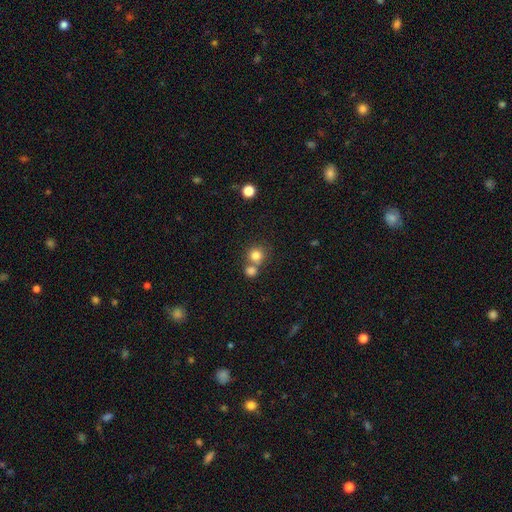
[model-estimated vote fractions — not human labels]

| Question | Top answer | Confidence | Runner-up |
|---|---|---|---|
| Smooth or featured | smooth | 80% | star or artifact (12%) |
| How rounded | round | 88% | in between (11%) |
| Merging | none | 54% | merger (36%) |